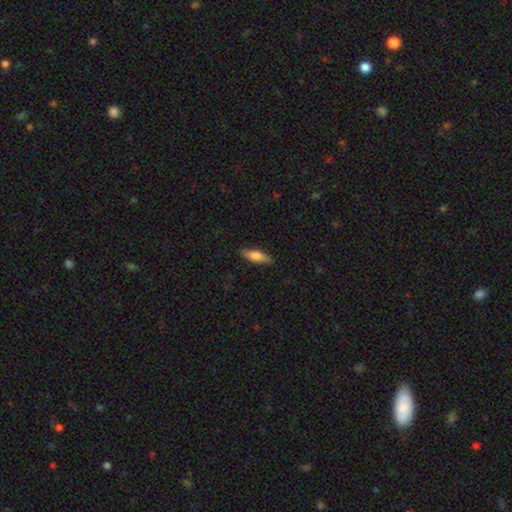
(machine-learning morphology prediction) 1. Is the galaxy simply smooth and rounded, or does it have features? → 72% smooth, 22% featured or disk, 6% star or artifact.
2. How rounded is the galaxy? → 50% cigar-shaped, 48% in between, 2% round.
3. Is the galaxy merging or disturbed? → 87% none, 10% minor disturbance, 2% major disturbance, 1% merger.